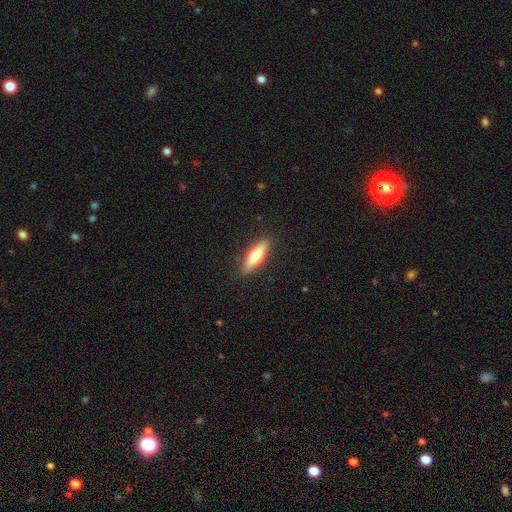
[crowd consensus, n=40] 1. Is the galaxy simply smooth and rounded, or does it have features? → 50% featured or disk, 45% smooth, 5% star or artifact.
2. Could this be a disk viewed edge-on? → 100% yes, 0% no.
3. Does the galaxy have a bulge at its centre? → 85% rounded, 10% none, 5% boxy.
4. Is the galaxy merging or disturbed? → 92% none, 5% minor disturbance, 3% major disturbance, 0% merger.